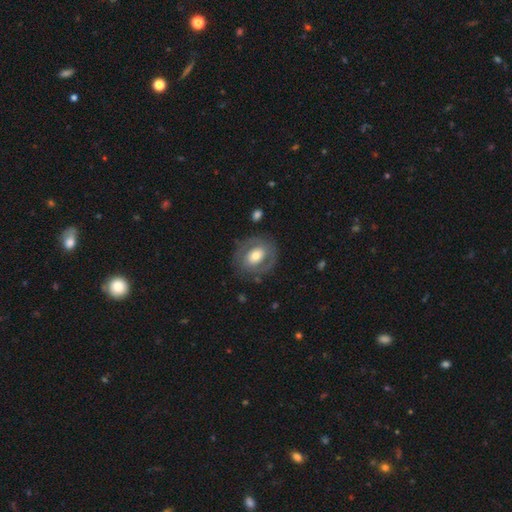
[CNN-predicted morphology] The model was most divided on "spiral arms": yes: 51%, no: 49%. More confident: edge-on disk — no (95%); merging — none (77%); bulge size — moderate (62%); bar — no (58%); smooth or featured — featured or disk (55%).